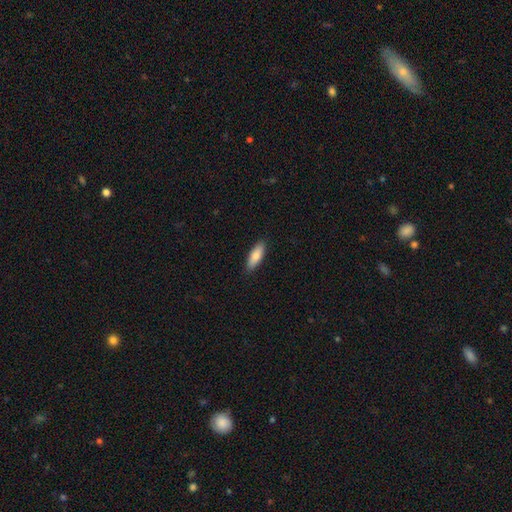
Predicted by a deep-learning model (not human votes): Smooth or featured? Predicted: smooth (p=0.82). How rounded? Predicted: in between (p=0.60). Merging? Predicted: none (p=0.89).